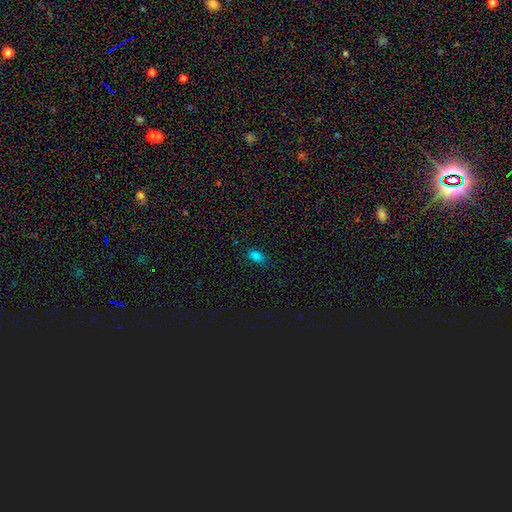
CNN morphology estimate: smooth-or-featured: smooth: 82% | star or artifact: 14% | featured or disk: 4%
  how-rounded: in between: 90% | round: 7% | cigar-shaped: 3%
  merging: none: 82% | minor disturbance: 14% | major disturbance: 3% | merger: 1%